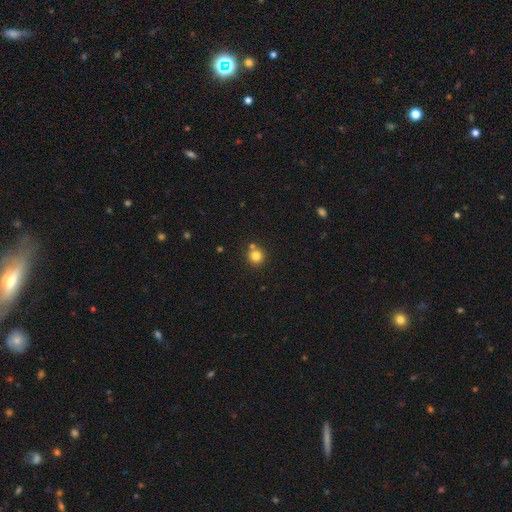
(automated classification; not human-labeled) A smooth galaxy with no disk features (81%) that is round (93%). Merging: none (72%).